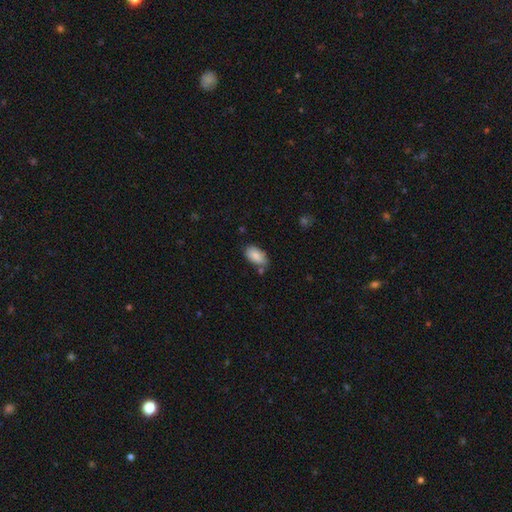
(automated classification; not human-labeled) Smooth or featured? smooth (86%)
How rounded? in between (94%)
Merging? none (67%)